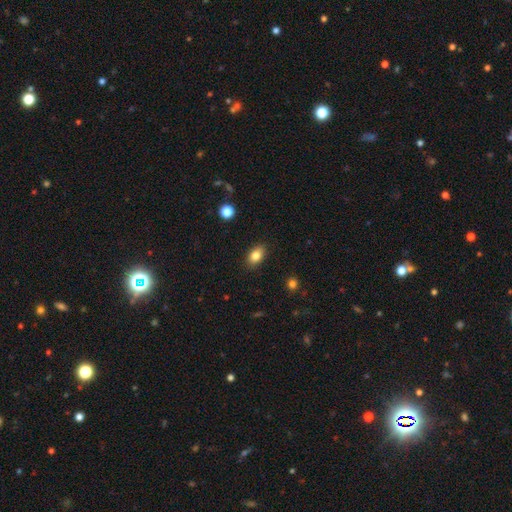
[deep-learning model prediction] Smooth or featured? smooth (83%)
How rounded? in between (86%)
Merging? none (88%)